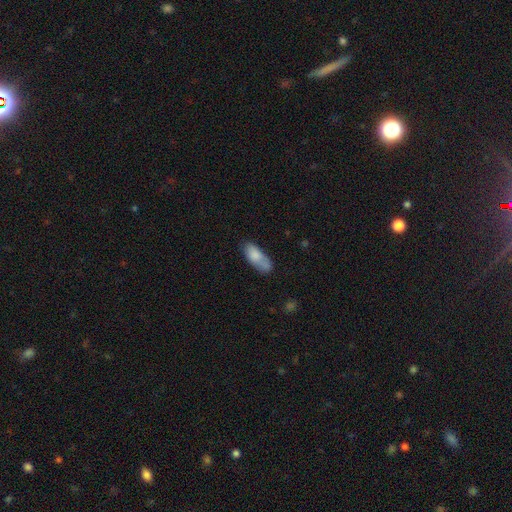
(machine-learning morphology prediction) Q: Smooth or featured?
A: smooth (77%); runner-up: featured or disk (15%)
Q: How rounded?
A: in between (79%); runner-up: cigar-shaped (19%)
Q: Merging?
A: none (47%); runner-up: minor disturbance (28%)